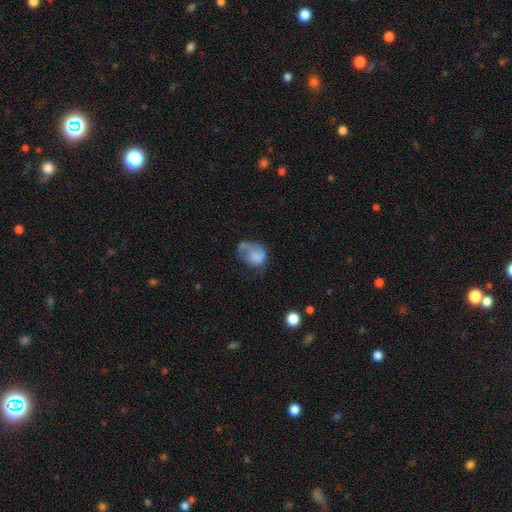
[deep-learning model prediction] Q: Smooth or featured?
A: smooth (58%); runner-up: featured or disk (33%)
Q: How rounded?
A: in between (57%); runner-up: round (41%)
Q: Merging?
A: major disturbance (43%); runner-up: none (26%)